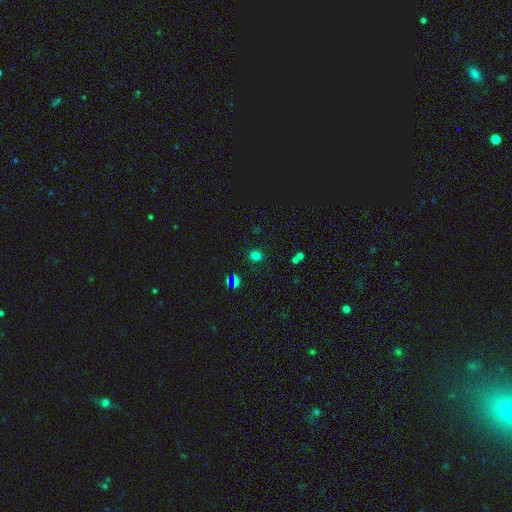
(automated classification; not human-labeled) This appears to be a smooth galaxy with no disk features (73%) that is round (75%). Merging: none (86%).